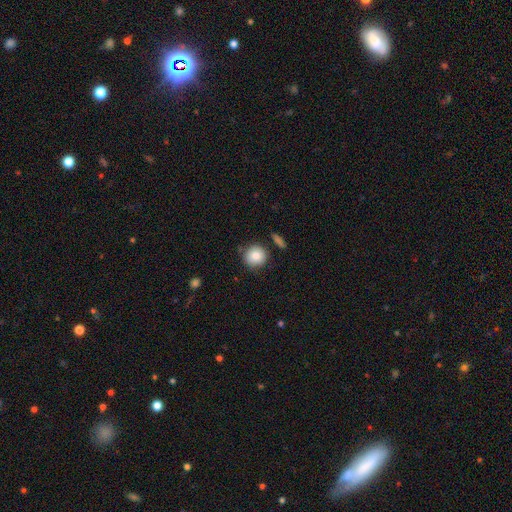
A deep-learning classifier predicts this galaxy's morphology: This appears to be a smooth galaxy with no disk features (84%) that is round (91%). Merging: none (82%).